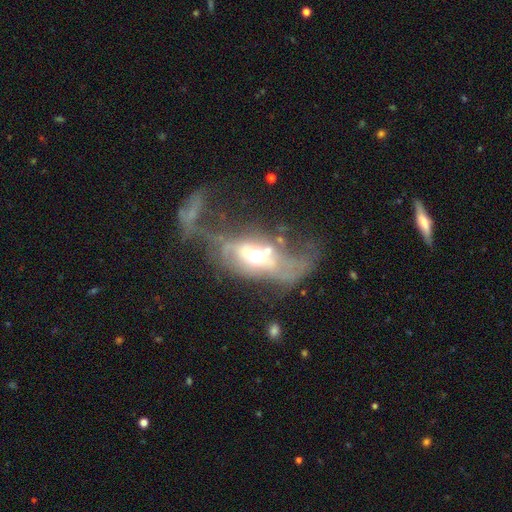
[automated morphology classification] Smooth or featured?
  - featured or disk: 61% *
  - smooth: 29%
  - star or artifact: 10%
Edge-on disk?
  - no: 87% *
  - yes: 13%
Bar?
  - no: 70% *
  - weak: 20%
  - strong: 10%
Spiral arms?
  - no: 64% *
  - yes: 36%
Bulge size?
  - moderate: 60% *
  - large: 26%
  - small: 8%
  - dominant: 4%
  - none: 2%
Merging?
  - major disturbance: 52% *
  - merger: 21%
  - none: 15%
  - minor disturbance: 12%